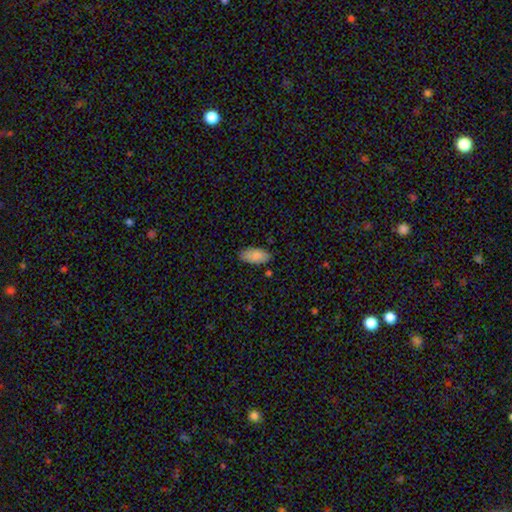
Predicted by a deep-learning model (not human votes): smooth-or-featured: smooth: 85% | featured or disk: 8% | star or artifact: 7%
  how-rounded: in between: 94% | cigar-shaped: 4% | round: 2%
  merging: none: 81% | minor disturbance: 14% | major disturbance: 3% | merger: 2%